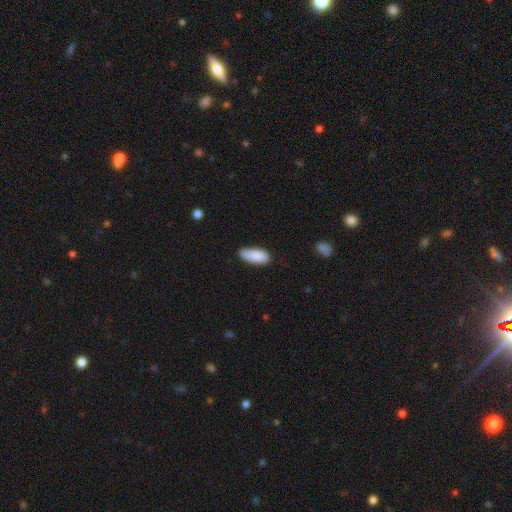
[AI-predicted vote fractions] smooth-or-featured: smooth: 89% | star or artifact: 6% | featured or disk: 5%
  how-rounded: in between: 83% | cigar-shaped: 15% | round: 2%
  merging: none: 77% | minor disturbance: 19% | major disturbance: 3% | merger: 1%